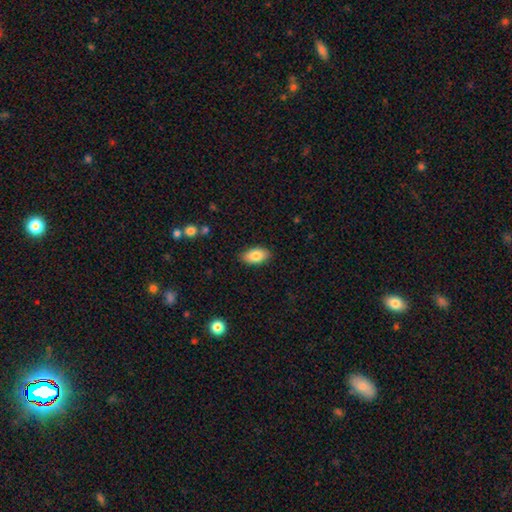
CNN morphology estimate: Smooth or featured? Predicted: smooth (p=0.82). How rounded? Predicted: in between (p=0.94). Merging? Predicted: none (p=0.88).